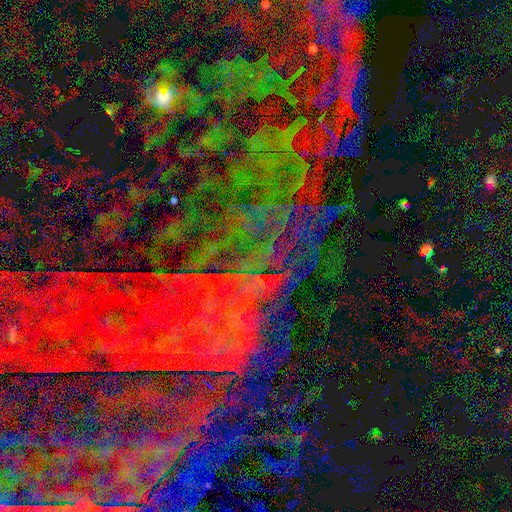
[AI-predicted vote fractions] Smooth or featured?
  - star or artifact: 79% *
  - featured or disk: 12%
  - smooth: 10%